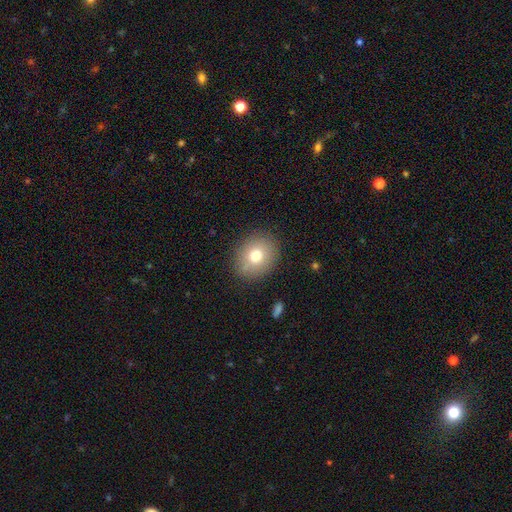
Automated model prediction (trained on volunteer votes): smooth-or-featured: smooth: 74% | featured or disk: 15% | star or artifact: 12%
  how-rounded: round: 64% | in between: 35% | cigar-shaped: 1%
  merging: none: 86% | minor disturbance: 10% | major disturbance: 3% | merger: 1%